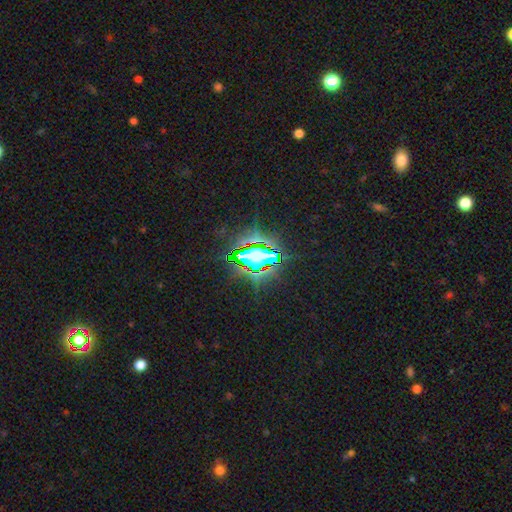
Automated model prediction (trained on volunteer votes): Morphology: type=star or artifact (75%).